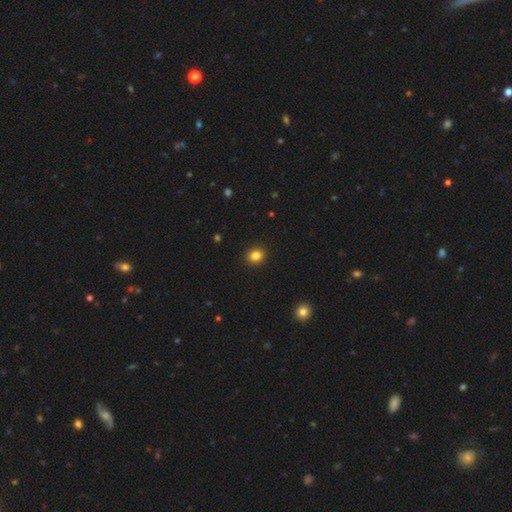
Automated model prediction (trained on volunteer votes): The model was most divided on "how rounded": round: 72%, in between: 27%, cigar-shaped: 1%. More confident: merging — none (92%); smooth or featured — smooth (83%).